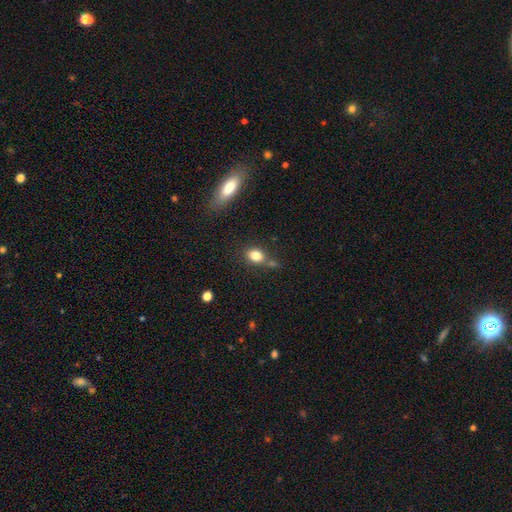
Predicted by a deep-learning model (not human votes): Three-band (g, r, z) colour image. It shows a smooth galaxy with no disk features (81%) that is in between round and cigar-shaped (68%). Merging: none (59%).